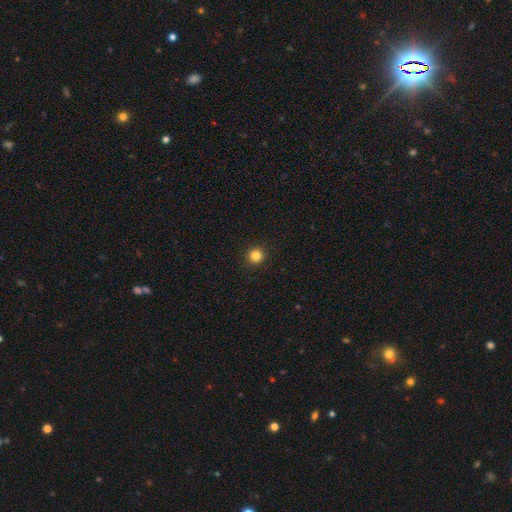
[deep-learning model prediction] This is clearly a smooth galaxy (84%). How rounded: clearly round (94%). Merging: clearly none (93%).